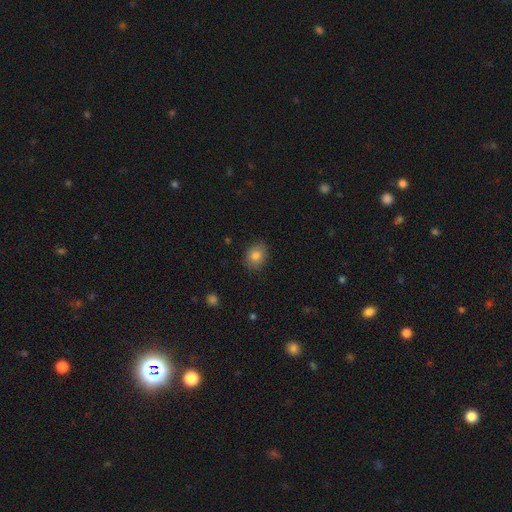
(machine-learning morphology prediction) A smooth galaxy with no disk features (82%) that is in between round and cigar-shaped (50%).

Vote fractions:
- Smooth or featured? smooth: 82% / star or artifact: 10% / featured or disk: 8%
- How rounded? in between: 50% / round: 49% / cigar-shaped: 1%
- Merging? none: 87% / minor disturbance: 10% / major disturbance: 2% / merger: 1%